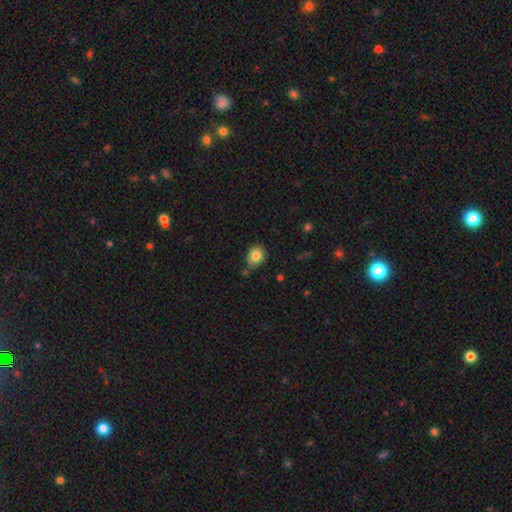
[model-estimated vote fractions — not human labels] smooth-or-featured: smooth: 82% | star or artifact: 10% | featured or disk: 8%
  how-rounded: round: 54% | in between: 45% | cigar-shaped: 1%
  merging: none: 74% | minor disturbance: 18% | merger: 5% | major disturbance: 3%